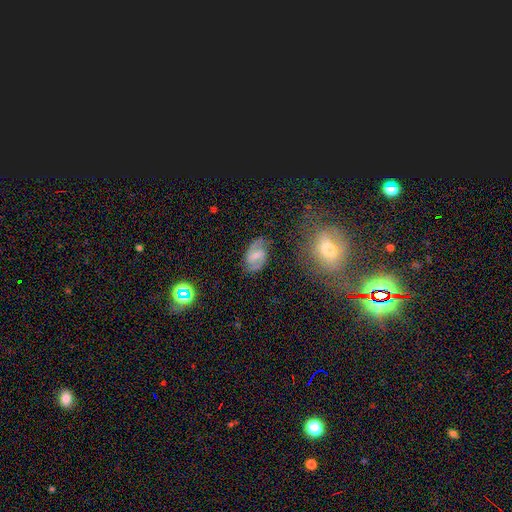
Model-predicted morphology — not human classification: This appears to be a featured or disk galaxy (69%) with a weak bar (50%), 2 (85%) medium (49%) spiral arms (87%) and a small central bulge (40%). Merging: none (71%).